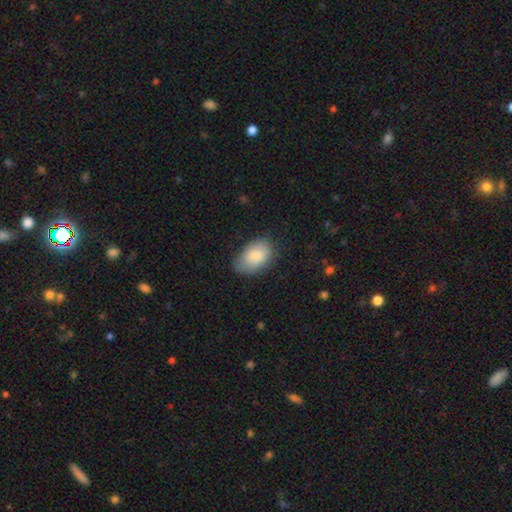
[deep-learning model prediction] Smooth or featured? smooth (83%)
How rounded? in between (90%)
Merging? none (71%)